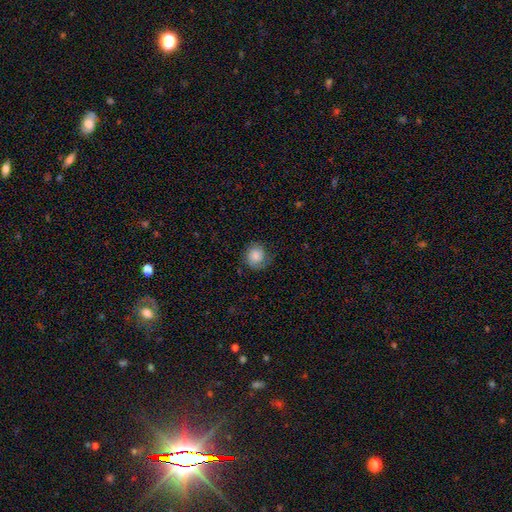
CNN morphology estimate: This appears to be a smooth galaxy with no disk features (75%) that is round (84%). Merging: none (72%).